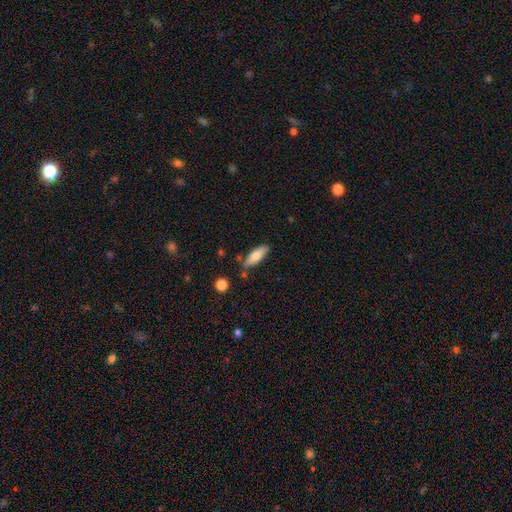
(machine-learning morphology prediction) A smooth galaxy with no disk features (74%) that is in between round and cigar-shaped (57%). Merging: none (80%).